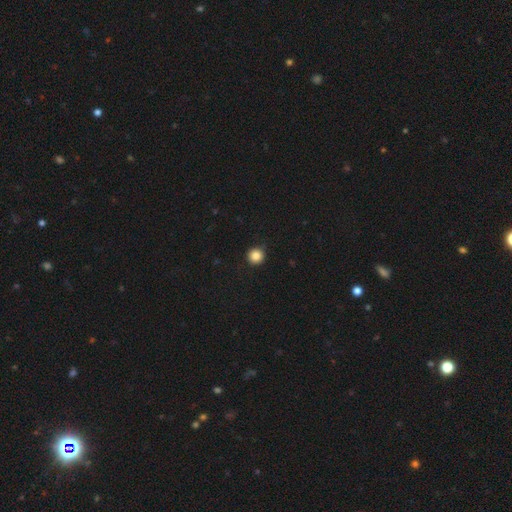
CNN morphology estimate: A smooth galaxy with no disk features (85%) that is round (96%).

Vote fractions:
- Smooth or featured? smooth: 85% / star or artifact: 11% / featured or disk: 4%
- How rounded? round: 96% / in between: 4% / cigar-shaped: 1%
- Merging? none: 92% / minor disturbance: 5% / major disturbance: 2% / merger: 1%